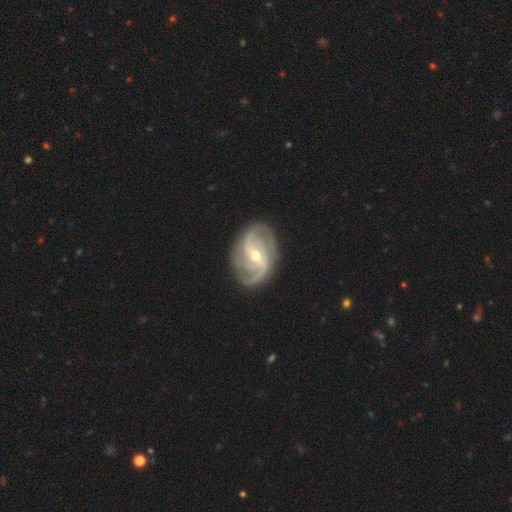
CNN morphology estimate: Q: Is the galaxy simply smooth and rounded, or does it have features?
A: featured or disk — 90%.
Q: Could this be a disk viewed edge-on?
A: no — 97%.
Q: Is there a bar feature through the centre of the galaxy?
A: weak — 47%.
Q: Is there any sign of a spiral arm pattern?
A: yes — 97%.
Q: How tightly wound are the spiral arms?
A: medium — 48%.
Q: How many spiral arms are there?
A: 2 — 53%.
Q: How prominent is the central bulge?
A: moderate — 53%.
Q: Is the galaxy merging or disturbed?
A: none — 78%.